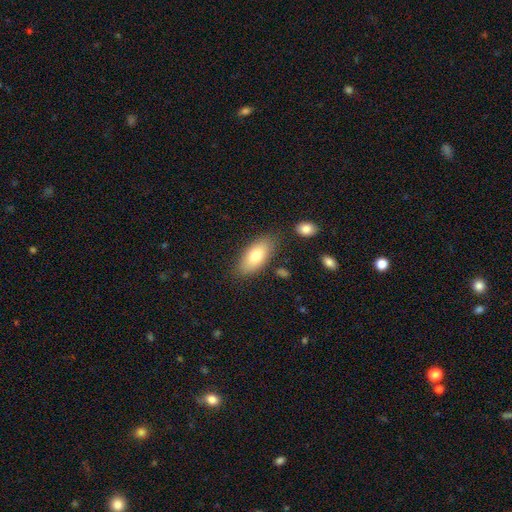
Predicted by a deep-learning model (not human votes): Smooth or featured: smooth — 77% (featured or disk — 16%)
How rounded: in between — 90% (cigar-shaped — 7%)
Merging: none — 80% (minor disturbance — 13%)